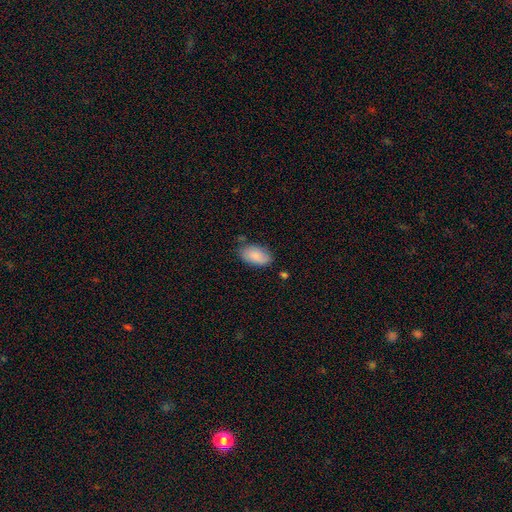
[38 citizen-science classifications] This is clearly a smooth galaxy (92%). How rounded: clearly in between (100%). Merging: possibly none (59%).